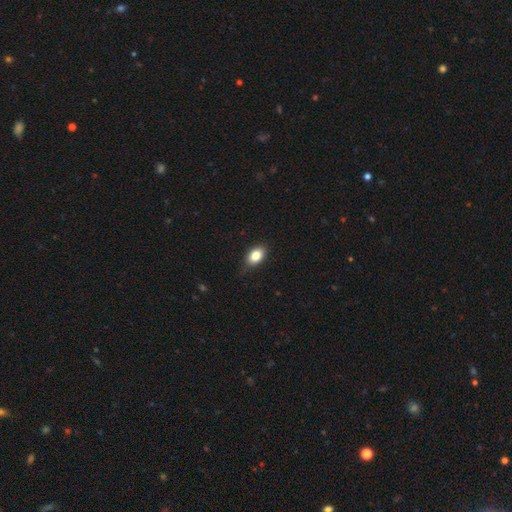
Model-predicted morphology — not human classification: type=smooth (82%); roundness=in between (83%); merging=none (79%).